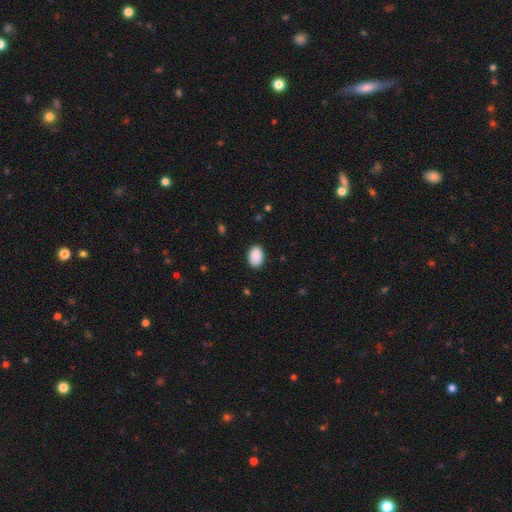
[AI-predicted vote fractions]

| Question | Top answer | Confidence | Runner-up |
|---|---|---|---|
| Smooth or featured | smooth | 89% | star or artifact (7%) |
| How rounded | in between | 80% | round (19%) |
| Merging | none | 85% | minor disturbance (12%) |